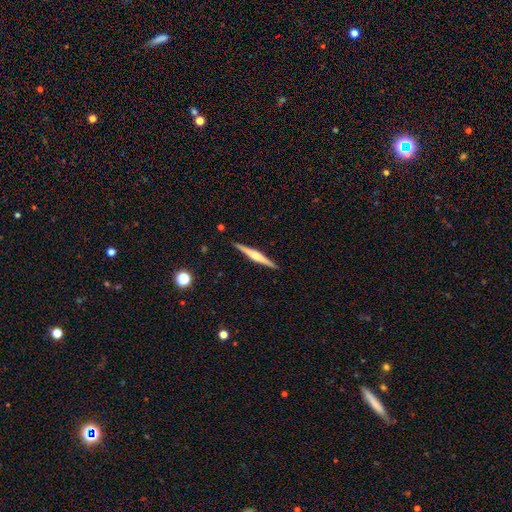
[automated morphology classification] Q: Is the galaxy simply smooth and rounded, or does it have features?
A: featured or disk — 71%.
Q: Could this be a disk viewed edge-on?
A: yes — 98%.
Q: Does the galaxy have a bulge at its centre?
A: rounded — 70%.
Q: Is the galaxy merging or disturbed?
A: none — 91%.